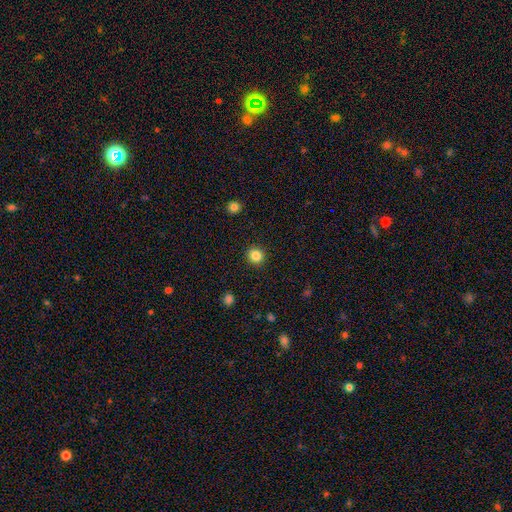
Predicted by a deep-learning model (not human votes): smooth 85%, star or artifact 11%, featured or disk 4%. Down the decision tree: how rounded — round (90%); merging — none (92%).